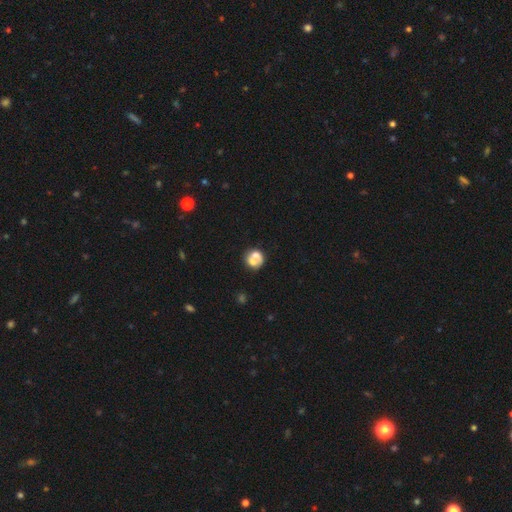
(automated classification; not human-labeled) Morphology: type=smooth (61%); roundness=round (73%); merging=merger (52%).